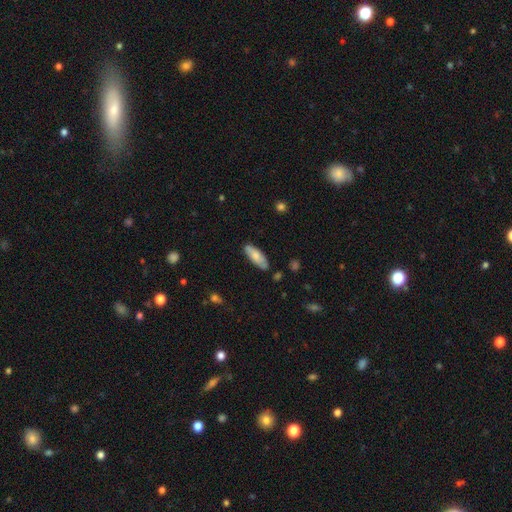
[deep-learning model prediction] Morphology: type=smooth (72%); roundness=in between (66%); merging=none (79%).